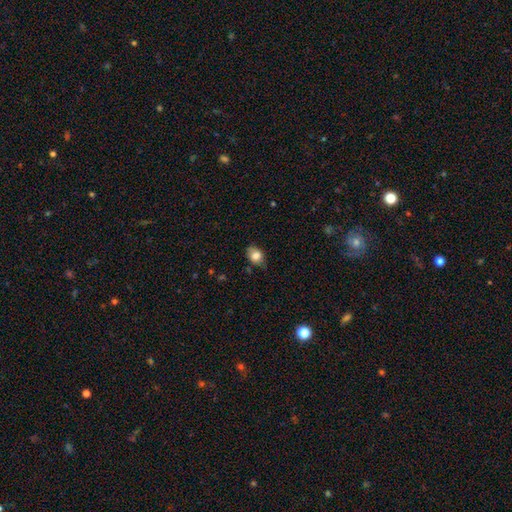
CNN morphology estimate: Q: Smooth or featured?
A: smooth (81%); runner-up: featured or disk (11%)
Q: How rounded?
A: in between (68%); runner-up: round (30%)
Q: Merging?
A: none (67%); runner-up: minor disturbance (26%)